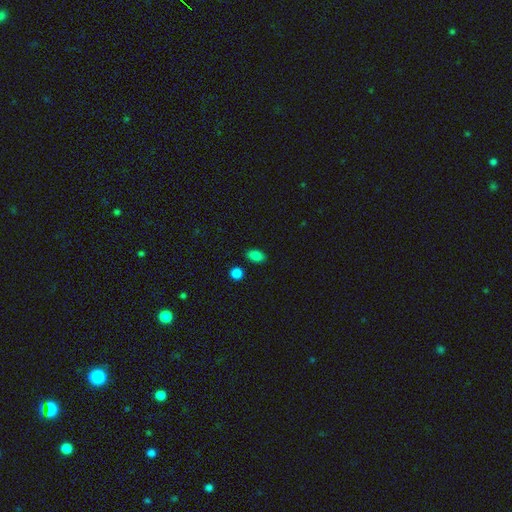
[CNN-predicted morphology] smooth_or_featured: smooth (p=0.85) [alt: star or artifact p=0.11]
how_rounded: in between (p=0.86) [alt: round p=0.12]
merging: none (p=0.84) [alt: minor disturbance p=0.10]